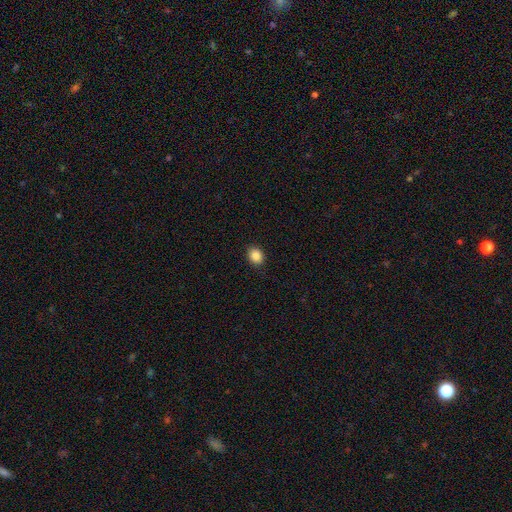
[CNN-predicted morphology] This appears to be a smooth galaxy with no disk features (88%) that is round (51%). Merging: none (89%).